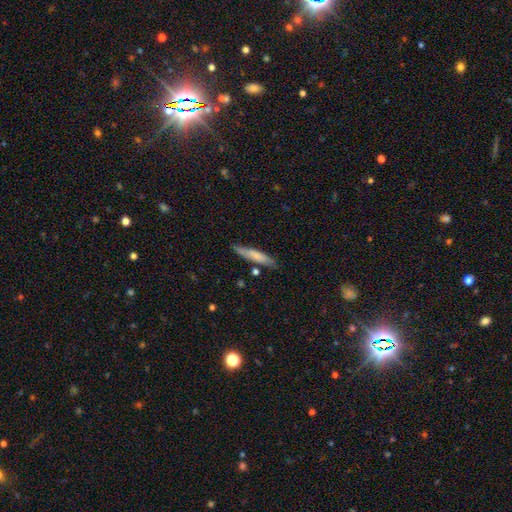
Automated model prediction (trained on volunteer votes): smooth_or_featured: smooth (p=0.69) [alt: featured or disk p=0.25]
how_rounded: cigar-shaped (p=0.89) [alt: in between p=0.10]
merging: none (p=0.77) [alt: minor disturbance p=0.16]